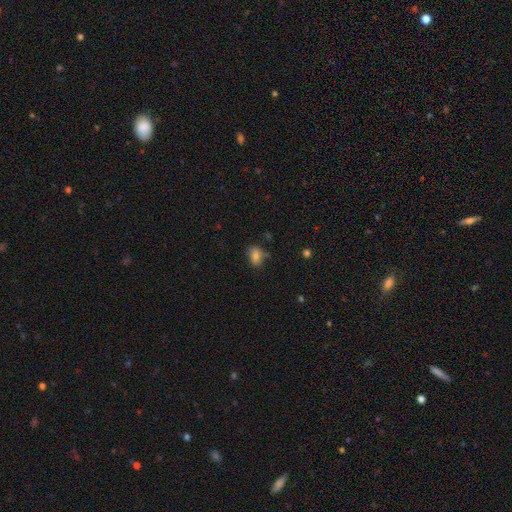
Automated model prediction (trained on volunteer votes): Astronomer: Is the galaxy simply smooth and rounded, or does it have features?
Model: smooth — 75%.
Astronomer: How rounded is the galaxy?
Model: in between — 71%.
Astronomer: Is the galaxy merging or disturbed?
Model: none — 67%.